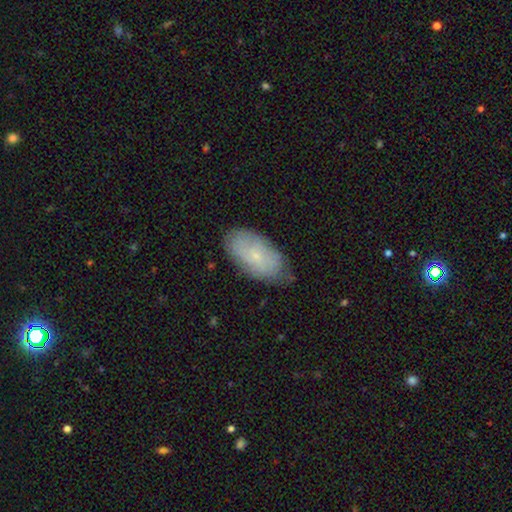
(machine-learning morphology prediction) smooth-or-featured: smooth: 62% | featured or disk: 31% | star or artifact: 7%
  how-rounded: in between: 93% | cigar-shaped: 3% | round: 3%
  merging: none: 74% | minor disturbance: 21% | major disturbance: 4% | merger: 1%